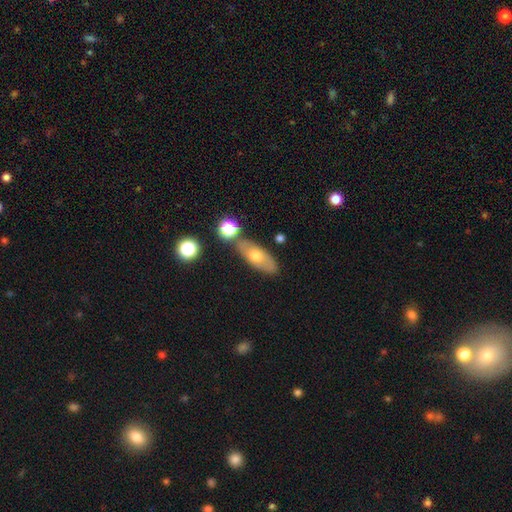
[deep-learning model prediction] Smooth or featured: smooth — 57% (featured or disk — 35%)
How rounded: in between — 75% (cigar-shaped — 19%)
Merging: none — 72% (minor disturbance — 14%)